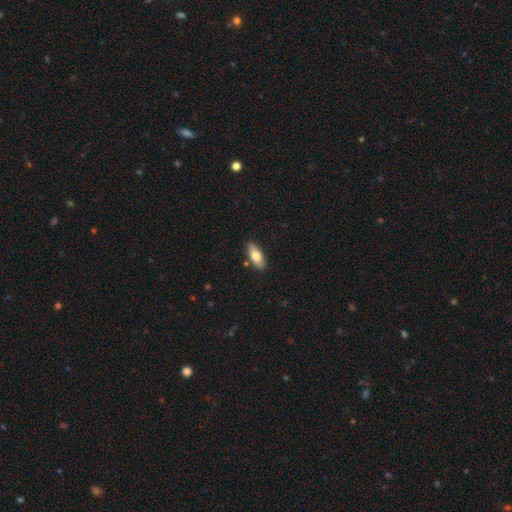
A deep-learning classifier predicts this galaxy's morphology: Smooth or featured? smooth (71%)
How rounded? in between (76%)
Merging? none (86%)